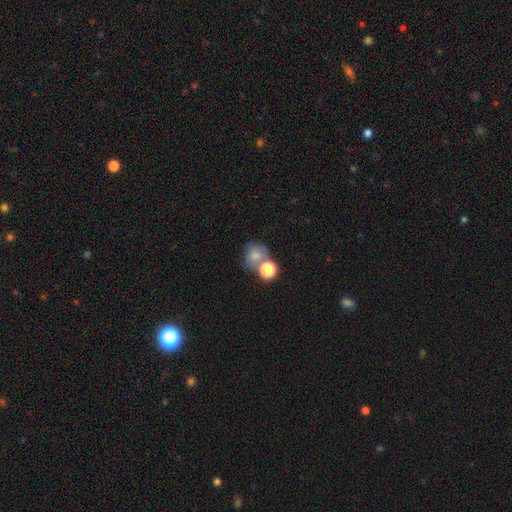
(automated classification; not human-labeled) Smooth or featured? smooth (73%)
How rounded? round (72%)
Merging? merger (41%)